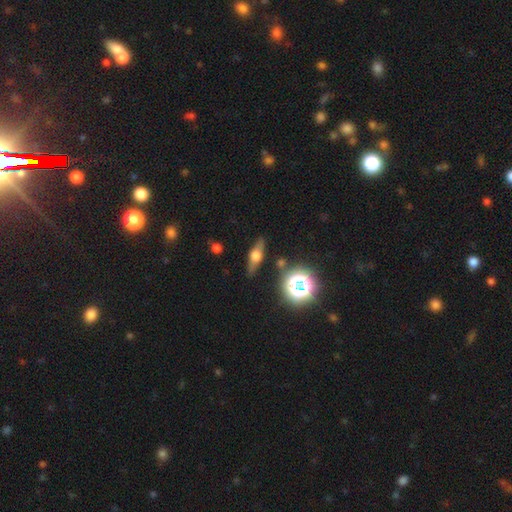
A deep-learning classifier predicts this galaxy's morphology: smooth-or-featured: featured or disk: 54% | smooth: 35% | star or artifact: 11%
  disk-edge-on: yes: 87% | no: 13%
  merging: none: 83% | minor disturbance: 11% | major disturbance: 3% | merger: 3%